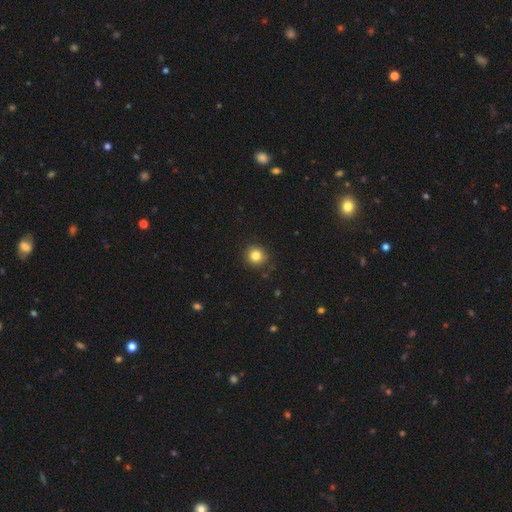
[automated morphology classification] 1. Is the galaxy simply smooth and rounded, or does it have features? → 82% smooth, 12% star or artifact, 6% featured or disk.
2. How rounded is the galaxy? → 91% round, 8% in between, 1% cigar-shaped.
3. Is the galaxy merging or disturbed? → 89% none, 8% minor disturbance, 2% major disturbance, 1% merger.